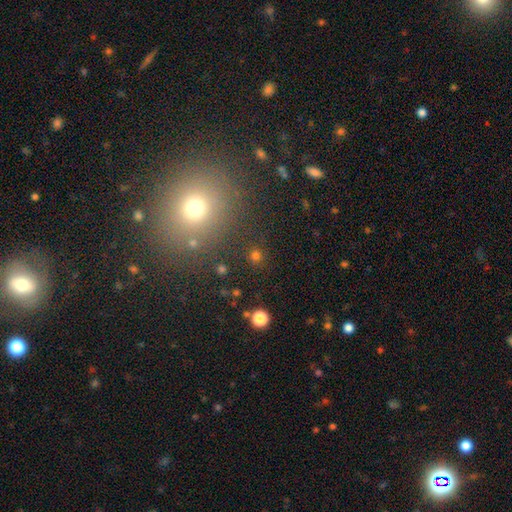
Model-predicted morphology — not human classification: Smooth or featured? smooth (72%)
How rounded? round (91%)
Merging? none (87%)